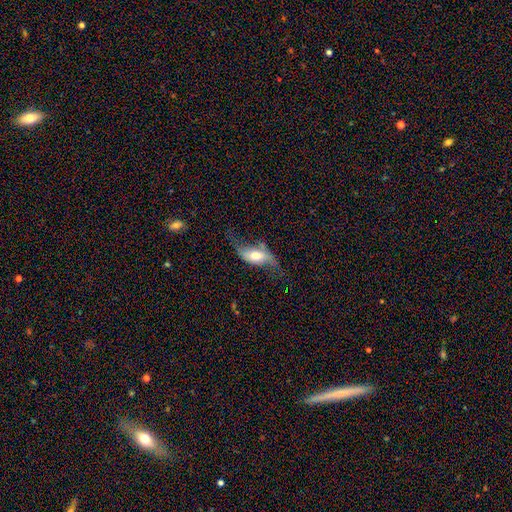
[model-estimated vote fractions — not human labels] This is likely a featured or disk galaxy (68%). It is clearly not viewed edge-on (84%). Bar: marginally no (42%). Spiral arm pattern: clearly yes (84%). Central bulge: possibly moderate (58%). Merging: possibly none (49%).